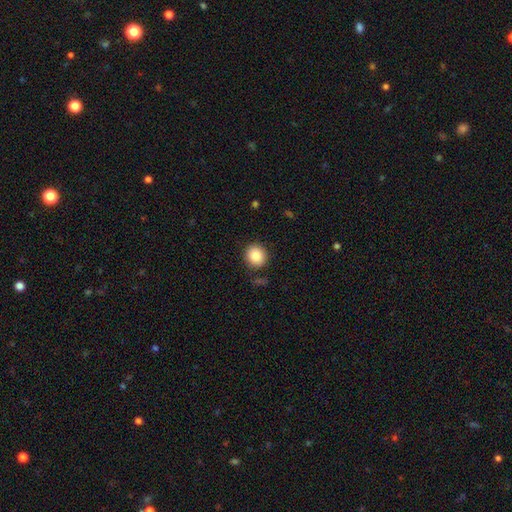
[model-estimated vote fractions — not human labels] A smooth galaxy with no disk features (87%) that is round (88%). Merging: none (86%).